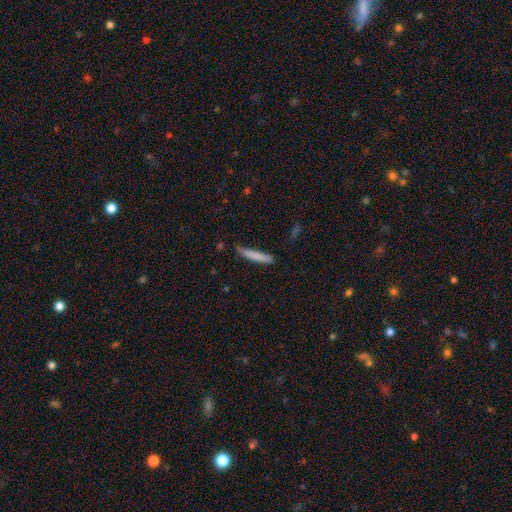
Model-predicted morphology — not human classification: Smooth or featured: smooth — 80% (featured or disk — 14%)
How rounded: cigar-shaped — 93% (in between — 6%)
Merging: none — 78% (minor disturbance — 17%)